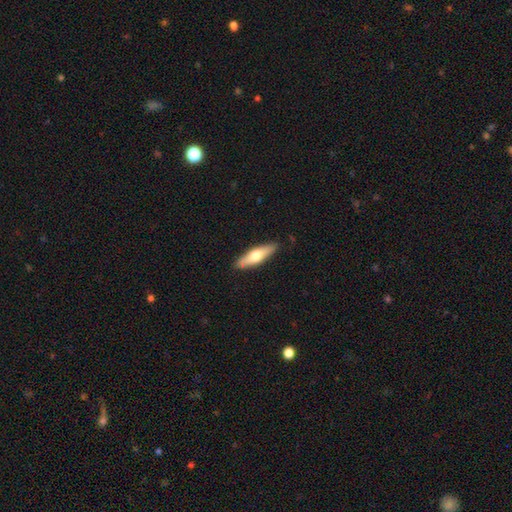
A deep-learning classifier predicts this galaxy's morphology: Smooth or featured? smooth (56%)
How rounded? cigar-shaped (59%)
Merging? none (86%)